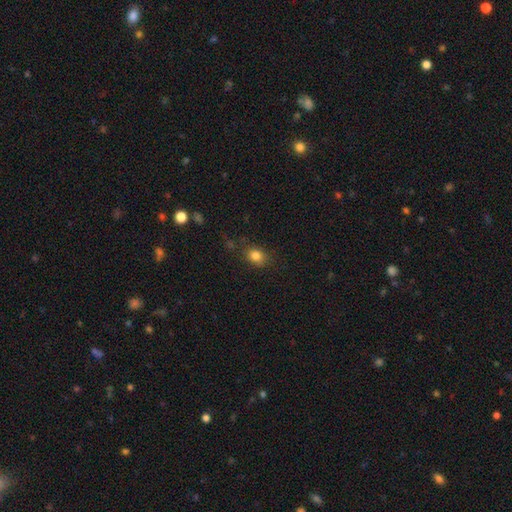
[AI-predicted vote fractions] Morphology: type=smooth (82%); roundness=round (51%); merging=none (77%).